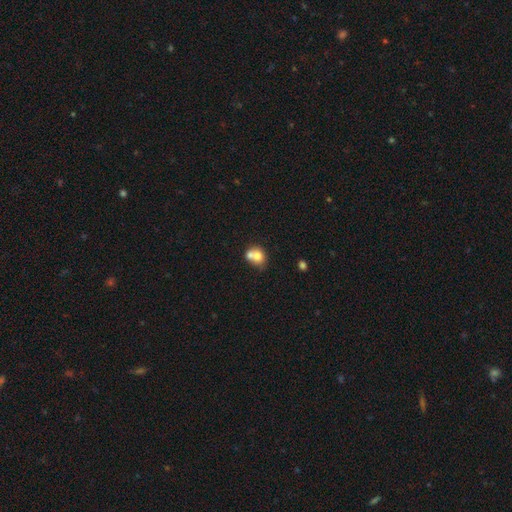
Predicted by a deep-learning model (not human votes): This is likely a smooth galaxy (71%). How rounded: likely round (66%). Merging: likely merger (61%).